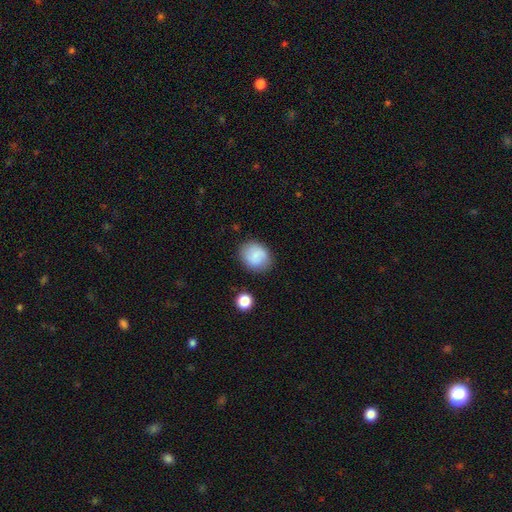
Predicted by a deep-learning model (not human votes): Smooth or featured? smooth (78%)
How rounded? round (59%)
Merging? none (81%)